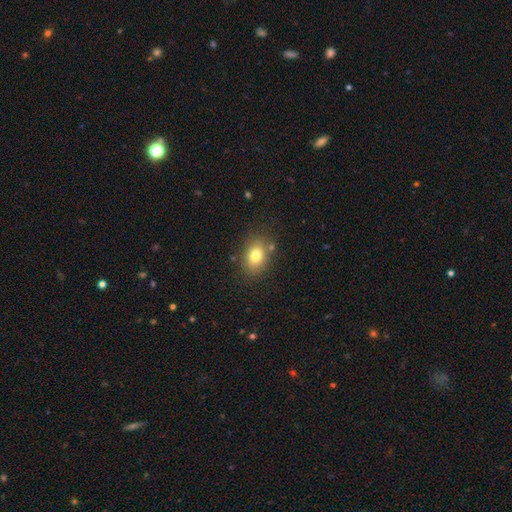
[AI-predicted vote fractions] smooth-or-featured: smooth: 79% | star or artifact: 11% | featured or disk: 11%
  how-rounded: in between: 70% | round: 29% | cigar-shaped: 1%
  merging: none: 80% | minor disturbance: 12% | merger: 4% | major disturbance: 4%